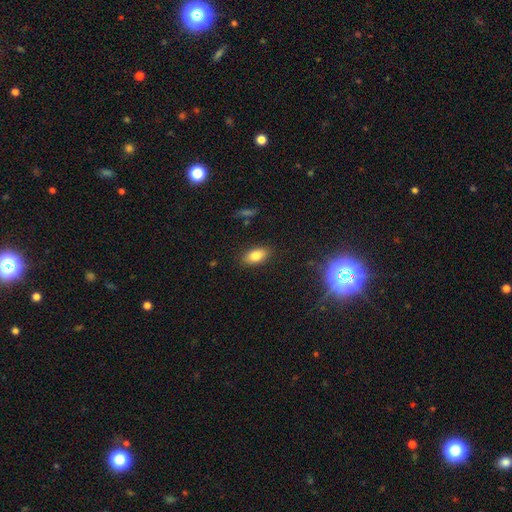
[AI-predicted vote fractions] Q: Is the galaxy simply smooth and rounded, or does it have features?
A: smooth — 80%.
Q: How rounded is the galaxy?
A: in between — 89%.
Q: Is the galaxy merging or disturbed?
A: none — 87%.